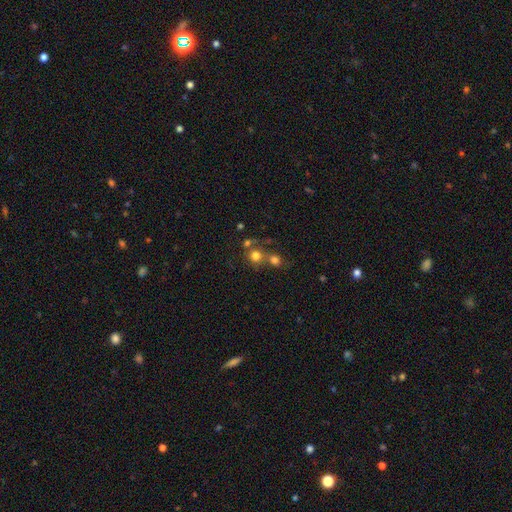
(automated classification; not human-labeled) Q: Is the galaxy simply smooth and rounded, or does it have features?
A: smooth — 73%.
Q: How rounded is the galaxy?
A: round — 87%.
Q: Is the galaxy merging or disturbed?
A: none — 48%.